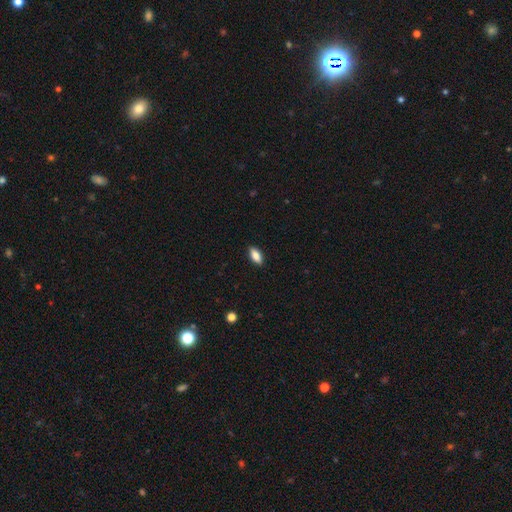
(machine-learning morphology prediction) This is clearly a smooth galaxy (85%). How rounded: clearly in between (85%). Merging: clearly none (89%).